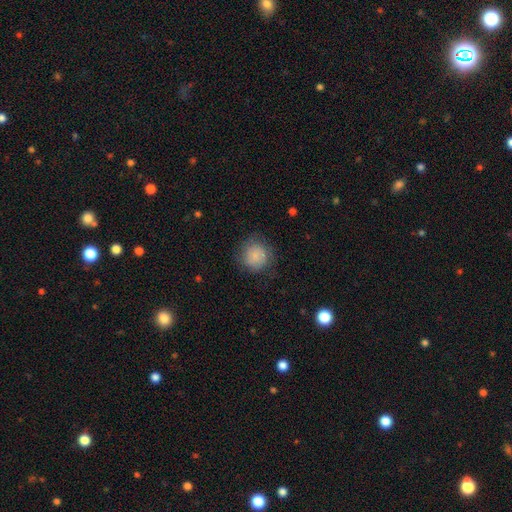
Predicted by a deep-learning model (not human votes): This appears to be a smooth galaxy with no disk features (81%) that is round (92%). Merging: none (77%).